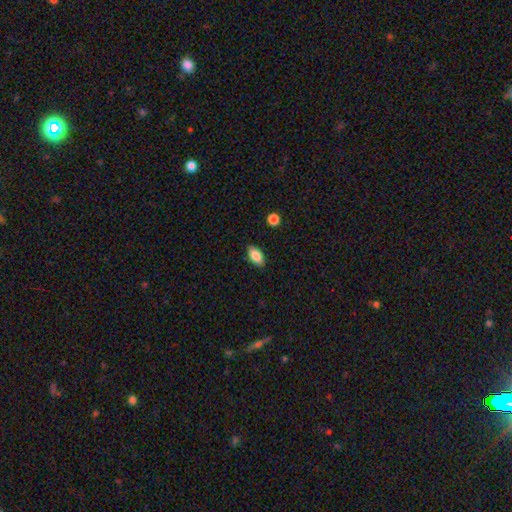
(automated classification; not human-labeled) Smooth or featured? Predicted: smooth (p=0.84). How rounded? Predicted: in between (p=0.91). Merging? Predicted: none (p=0.87).